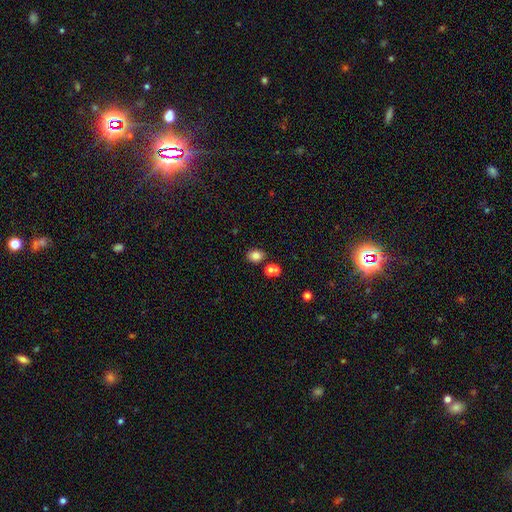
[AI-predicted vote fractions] Smooth or featured? smooth (82%)
How rounded? round (50%)
Merging? none (75%)